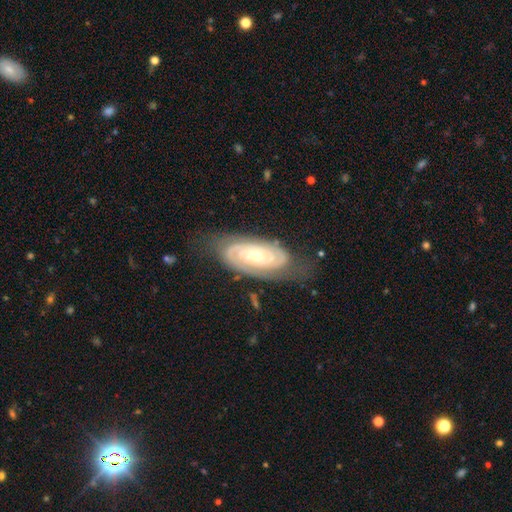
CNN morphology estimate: Smooth or featured? featured or disk (86%)
Edge-on disk? no (95%)
Bar? no (65%)
Spiral arms? yes (97%)
Spiral winding? tight (74%)
Spiral arm count? 2 (64%)
Bulge size? small (57%)
Merging? none (72%)